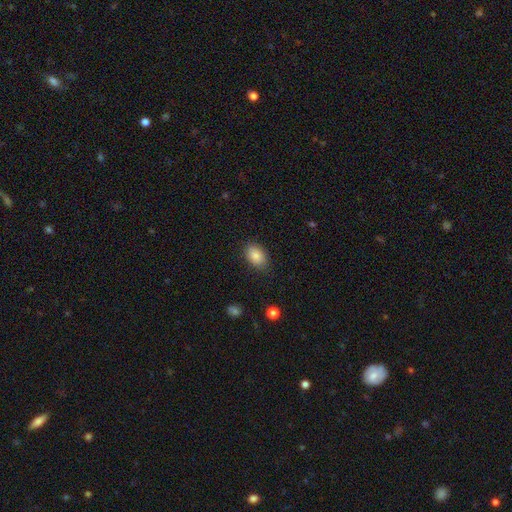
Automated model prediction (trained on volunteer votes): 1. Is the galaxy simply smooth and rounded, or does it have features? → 86% smooth, 8% star or artifact, 6% featured or disk.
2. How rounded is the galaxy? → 86% in between, 13% round, 1% cigar-shaped.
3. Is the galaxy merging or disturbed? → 83% none, 13% minor disturbance, 3% major disturbance, 1% merger.